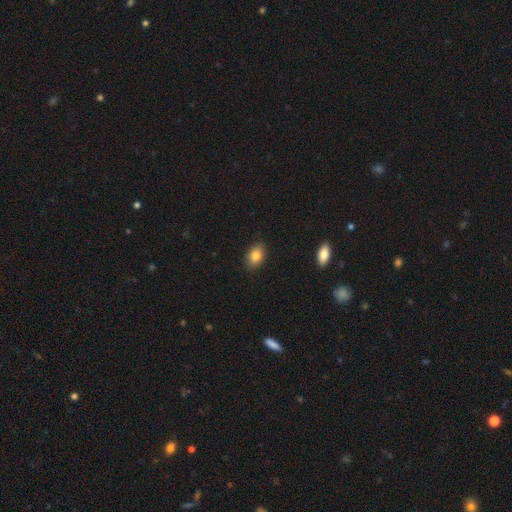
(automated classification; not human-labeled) Overall: smooth (83%). How rounded: in between (82%). Merging: none (87%).